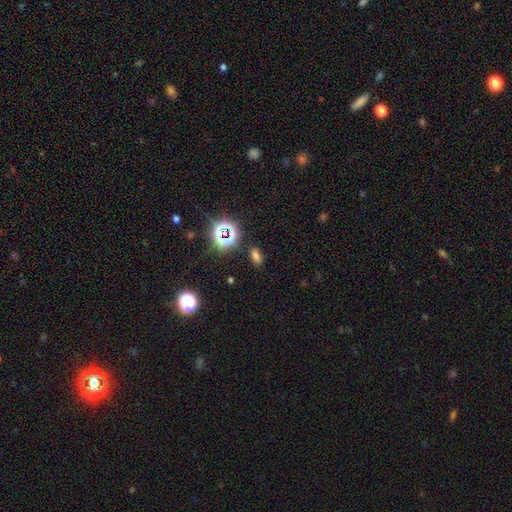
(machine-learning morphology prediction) This appears to be a smooth galaxy with no disk features (60%) that is in between round and cigar-shaped (84%). Merging: none (83%).